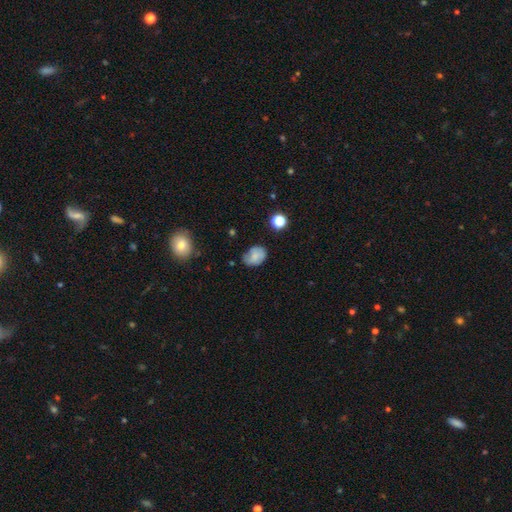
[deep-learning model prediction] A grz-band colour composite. It shows a smooth galaxy with no disk features (66%) that is in between round and cigar-shaped (67%). Merging: none (62%).